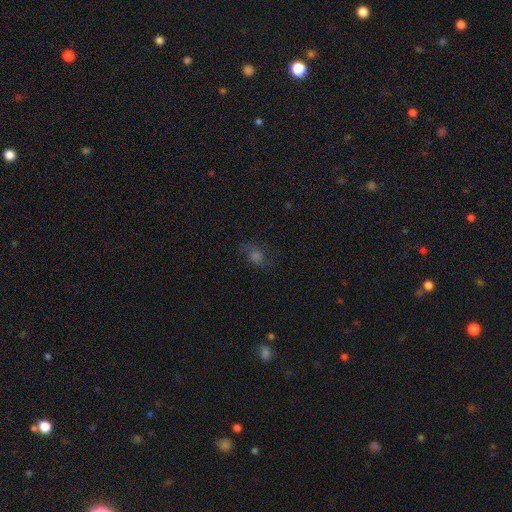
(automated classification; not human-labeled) A smooth galaxy with no disk features (42%). Merging: none (63%).